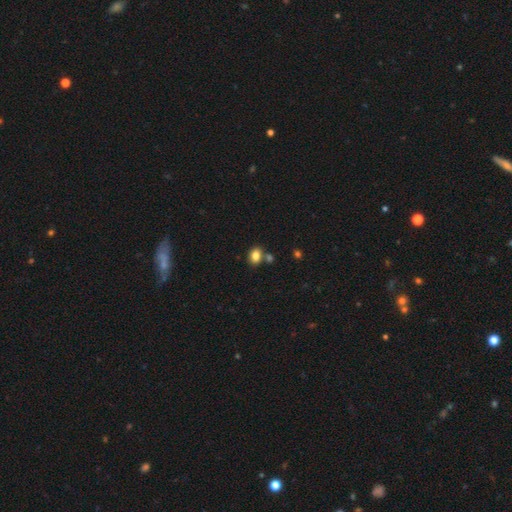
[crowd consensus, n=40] Smooth or featured? 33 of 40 (82%) said smooth. How rounded? 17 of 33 (52%) said in between. Merging? 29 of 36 (81%) said none.